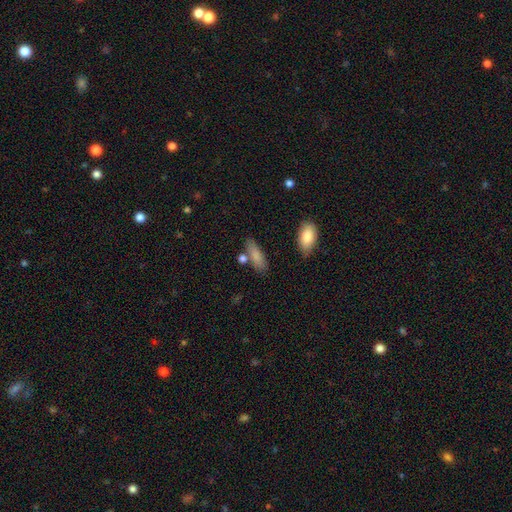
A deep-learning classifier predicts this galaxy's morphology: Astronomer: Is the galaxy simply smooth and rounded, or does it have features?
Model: smooth — 82%.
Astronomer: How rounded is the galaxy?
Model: in between — 55% (runner-up: cigar-shaped, 41%).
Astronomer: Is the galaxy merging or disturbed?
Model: none — 69%.